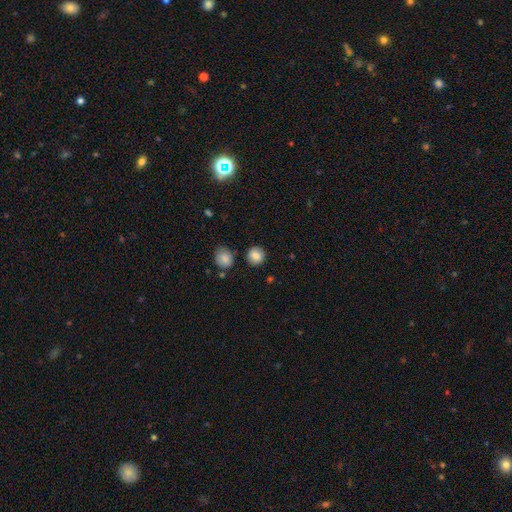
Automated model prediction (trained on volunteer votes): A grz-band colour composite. It shows a smooth galaxy with no disk features (84%) that is round (84%). Merging: none (83%).